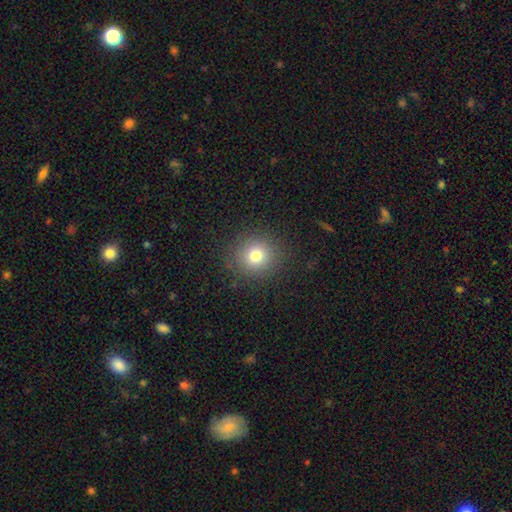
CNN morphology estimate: A smooth galaxy with no disk features (76%) that is round (92%).

Vote fractions:
- Smooth or featured? smooth: 76% / star or artifact: 14% / featured or disk: 9%
- How rounded? round: 92% / in between: 7% / cigar-shaped: 1%
- Merging? none: 88% / minor disturbance: 7% / major disturbance: 3% / merger: 1%